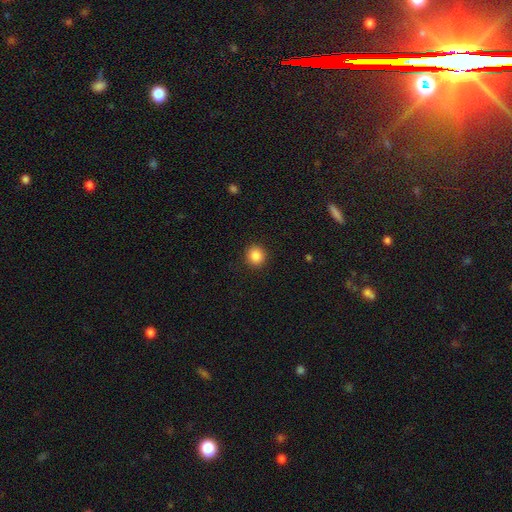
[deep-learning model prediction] Smooth or featured? smooth (87%)
How rounded? round (88%)
Merging? none (91%)